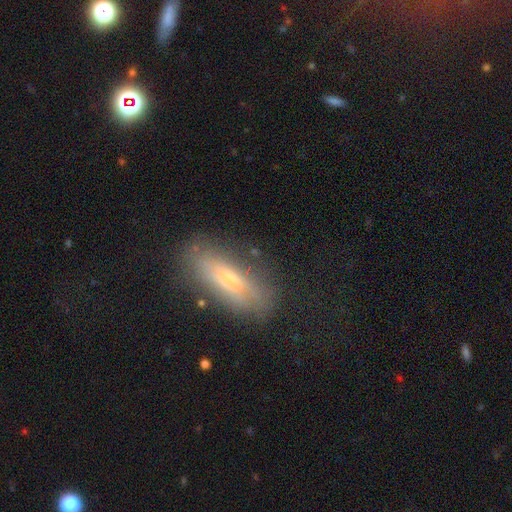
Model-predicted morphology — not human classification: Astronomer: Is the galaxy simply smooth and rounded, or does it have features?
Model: smooth — 49% (runner-up: featured or disk, 37%).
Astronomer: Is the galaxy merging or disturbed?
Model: none — 72%.